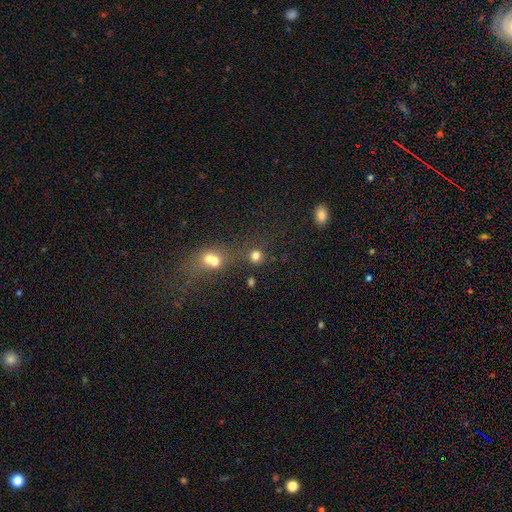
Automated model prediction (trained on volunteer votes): The model was most divided on "merging": none: 65%, merger: 22%, minor disturbance: 8%, major disturbance: 5%. More confident: how rounded — round (88%); smooth or featured — smooth (77%).